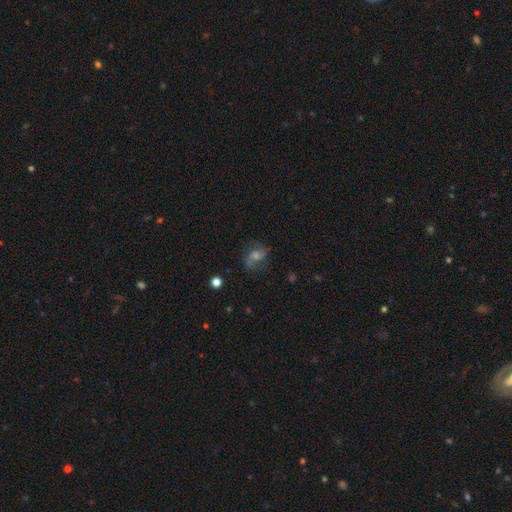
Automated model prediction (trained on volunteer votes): A featured or disk galaxy (59%) with no bar (53%), spiral arms (87%) and a moderate central bulge (49%). Merging: none (69%).